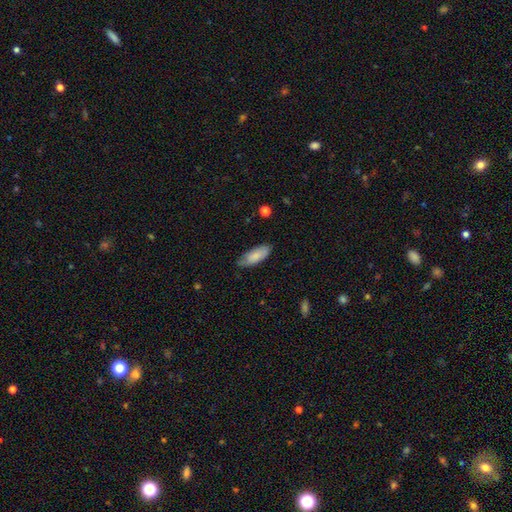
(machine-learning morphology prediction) type=smooth (82%); roundness=in between (78%); merging=none (73%).